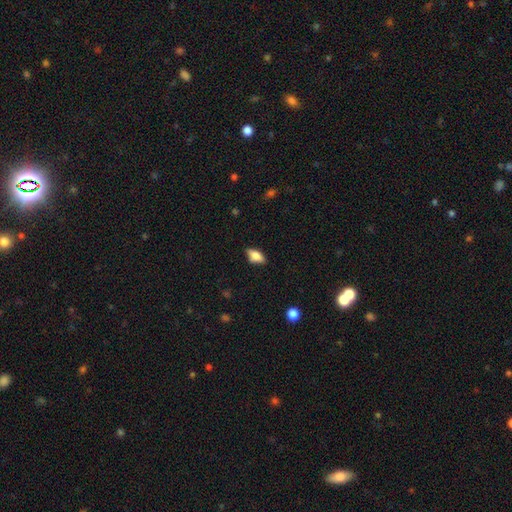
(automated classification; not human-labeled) This is likely a smooth galaxy (74%). How rounded: clearly in between (86%). Merging: clearly none (81%).